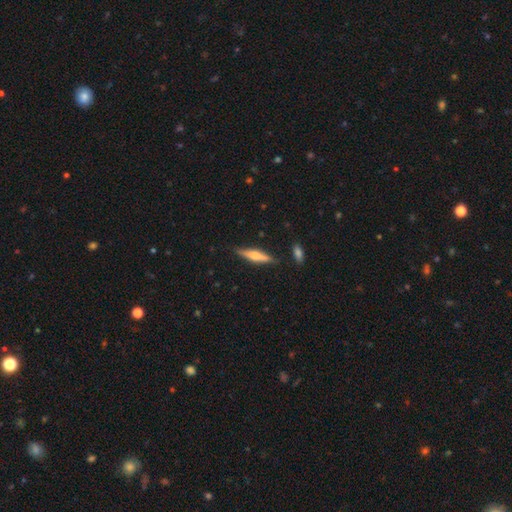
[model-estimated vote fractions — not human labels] Smooth or featured?
  - featured or disk: 49% *
  - smooth: 45%
  - star or artifact: 6%
Merging?
  - none: 83% *
  - minor disturbance: 12%
  - merger: 3%
  - major disturbance: 2%